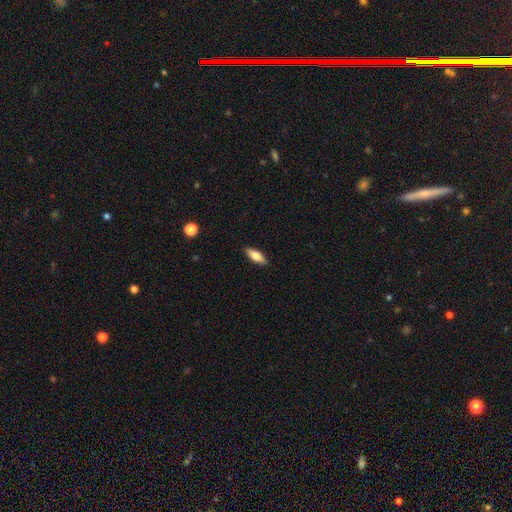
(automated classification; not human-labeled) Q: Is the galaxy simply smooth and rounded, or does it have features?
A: smooth — 72%.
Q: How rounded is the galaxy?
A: in between — 60%.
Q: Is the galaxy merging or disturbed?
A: none — 89%.